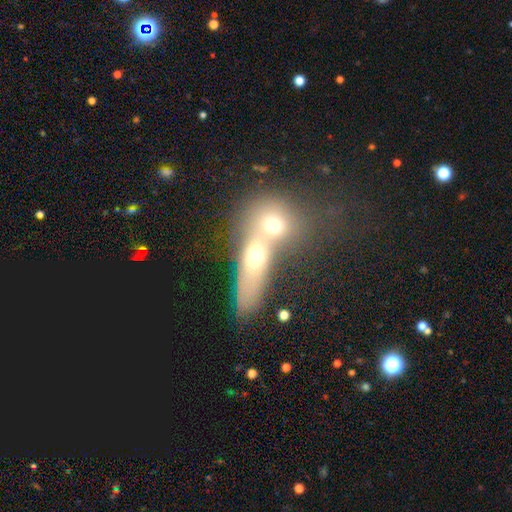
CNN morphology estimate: This appears to be a smooth galaxy with no disk features (49%). Merging: merger (70%).